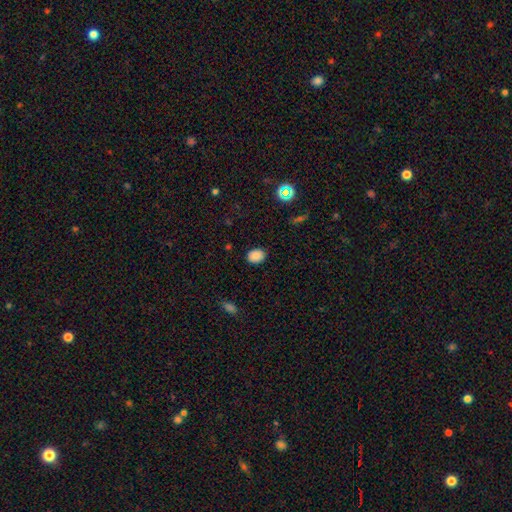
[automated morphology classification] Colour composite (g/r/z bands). It shows a smooth galaxy with no disk features (87%) that is in between round and cigar-shaped (63%). Merging: none (87%).